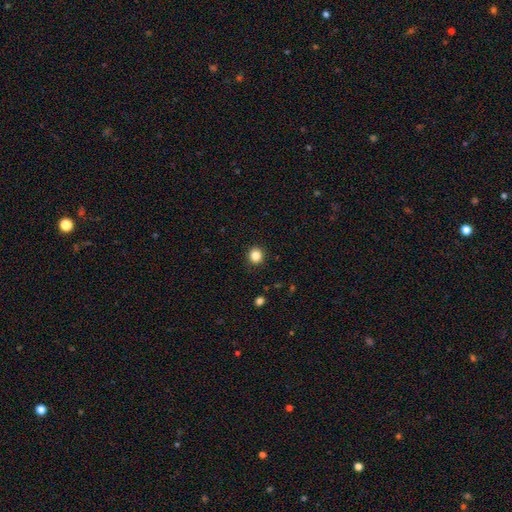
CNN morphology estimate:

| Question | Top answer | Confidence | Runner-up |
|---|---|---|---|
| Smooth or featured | smooth | 84% | star or artifact (11%) |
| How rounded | round | 88% | in between (11%) |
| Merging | none | 91% | minor disturbance (6%) |